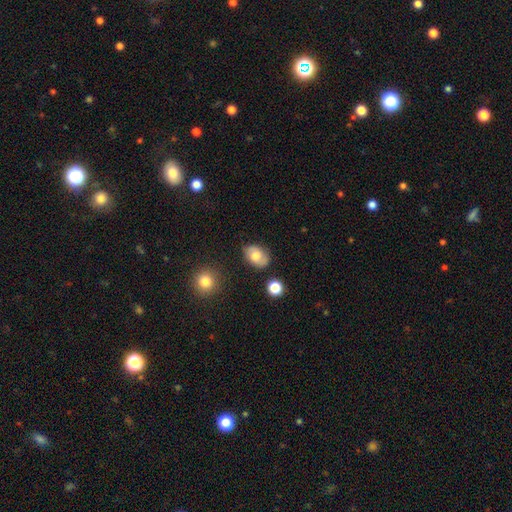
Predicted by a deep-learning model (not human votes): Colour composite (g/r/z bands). It shows a smooth galaxy with no disk features (61%) that is in between round and cigar-shaped (77%). Merging: none (77%).